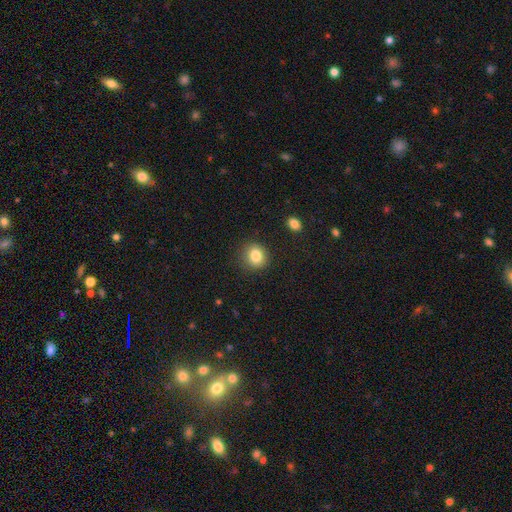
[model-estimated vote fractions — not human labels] smooth 83%, star or artifact 10%, featured or disk 7%. Down the decision tree: how rounded — round (77%); merging — none (87%).